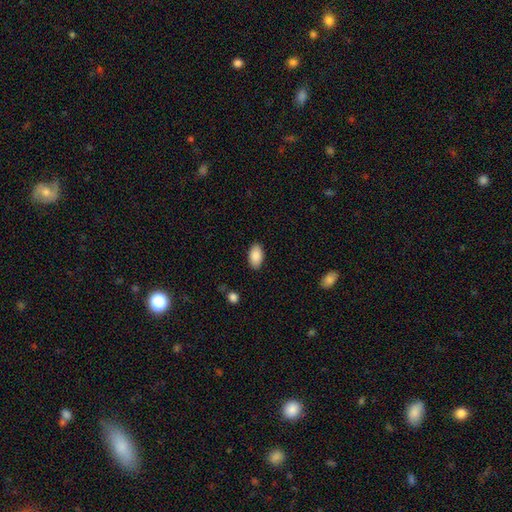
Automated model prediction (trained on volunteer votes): Morphology: type=smooth (89%); roundness=in between (95%); merging=none (87%).